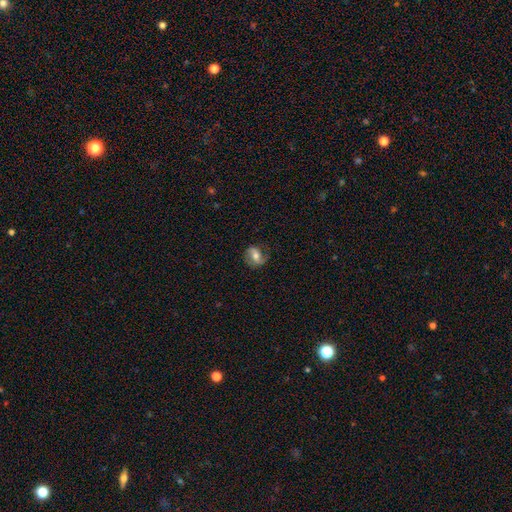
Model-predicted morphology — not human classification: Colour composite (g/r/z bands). It shows a featured or disk galaxy (57%) with a weak bar (38%), spiral arms (82%) and a moderate central bulge (67%). Merging: none (69%).